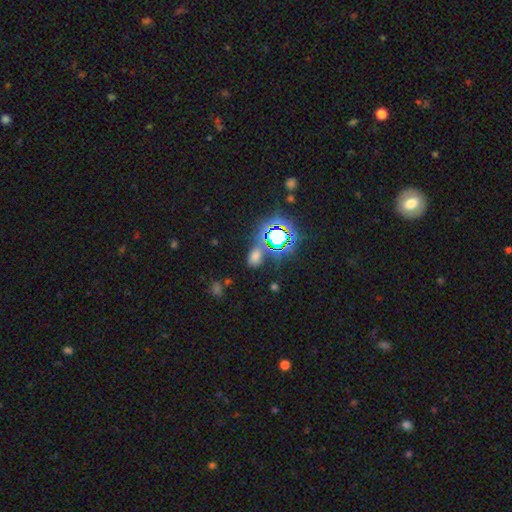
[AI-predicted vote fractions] A smooth galaxy with no disk features (50%) that is in between round and cigar-shaped (78%). Merging: none (65%).